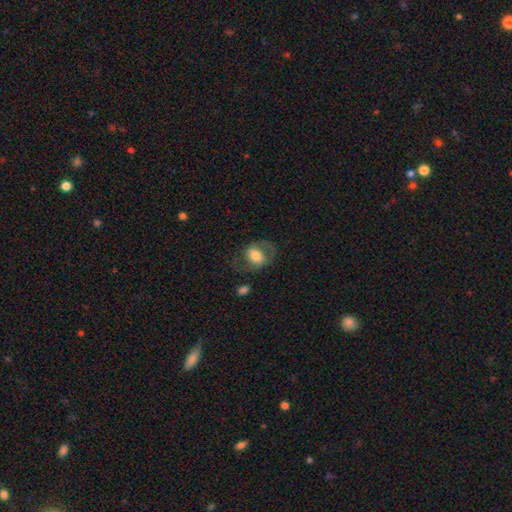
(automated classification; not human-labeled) A smooth galaxy with no disk features (50%) that is in between round and cigar-shaped (65%). Merging: none (53%).